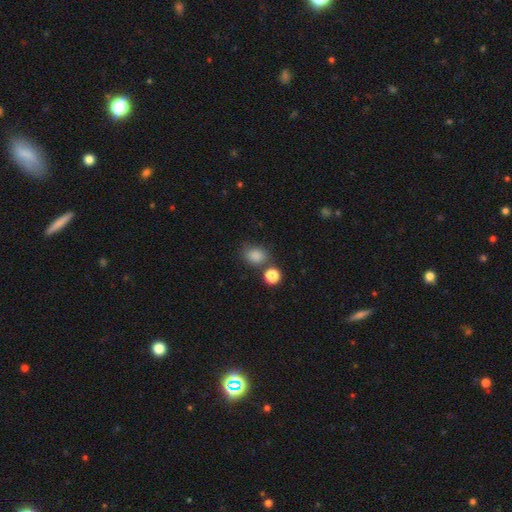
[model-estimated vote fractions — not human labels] A smooth galaxy with no disk features (84%) that is in between round and cigar-shaped (49%, tied with round). Merging: none (66%).